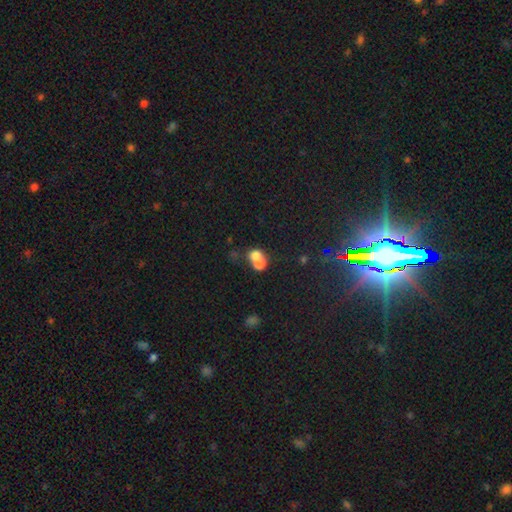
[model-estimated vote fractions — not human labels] Overall: smooth (69%). How rounded: round (67%; in between 32%). Merging: merger (69%).